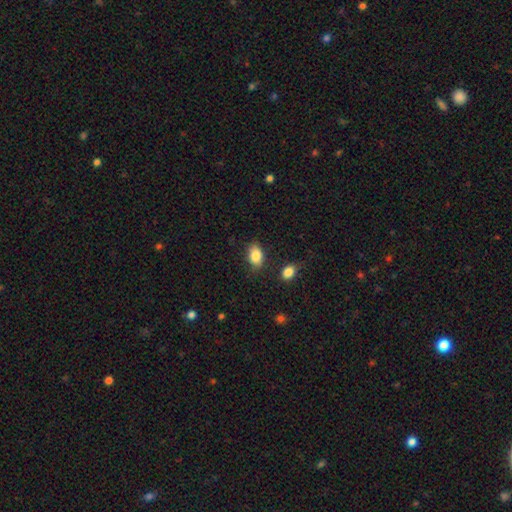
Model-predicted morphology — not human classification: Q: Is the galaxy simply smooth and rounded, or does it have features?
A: smooth — 85%.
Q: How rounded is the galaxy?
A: in between — 88%.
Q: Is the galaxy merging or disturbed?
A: none — 79%.